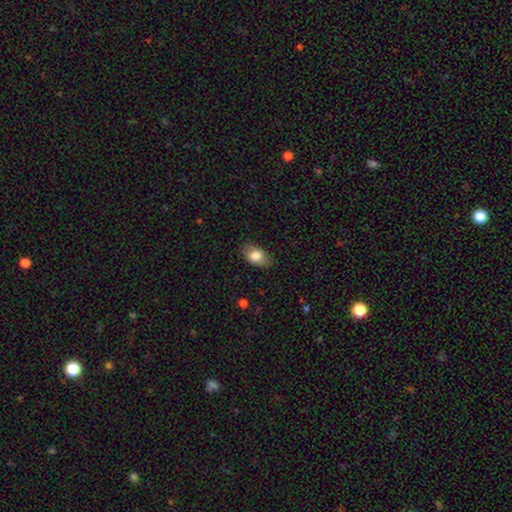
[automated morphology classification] Smooth or featured: smooth — 80% (featured or disk — 13%)
How rounded: in between — 88% (round — 10%)
Merging: none — 80% (minor disturbance — 16%)